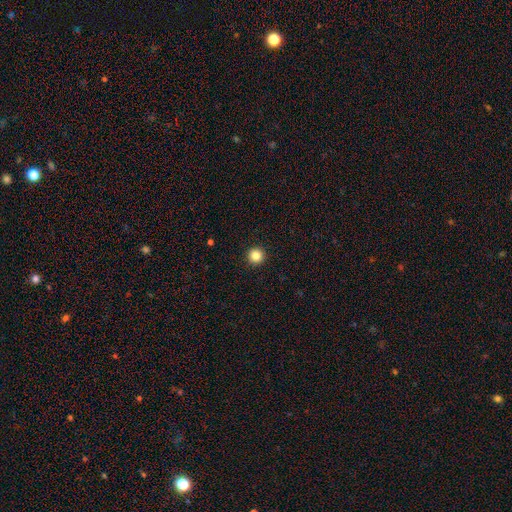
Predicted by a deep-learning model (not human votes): Morphology: type=smooth (85%); roundness=round (96%); merging=none (94%).